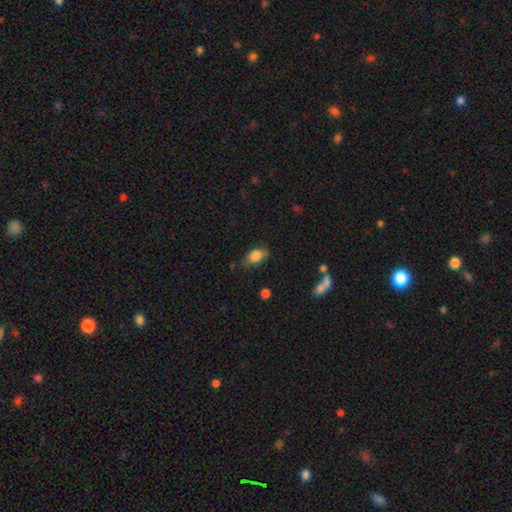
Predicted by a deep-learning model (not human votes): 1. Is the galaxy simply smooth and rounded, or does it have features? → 83% smooth, 9% featured or disk, 7% star or artifact.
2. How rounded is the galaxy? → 89% in between, 8% round, 3% cigar-shaped.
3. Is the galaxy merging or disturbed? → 69% none, 24% minor disturbance, 6% major disturbance, 2% merger.